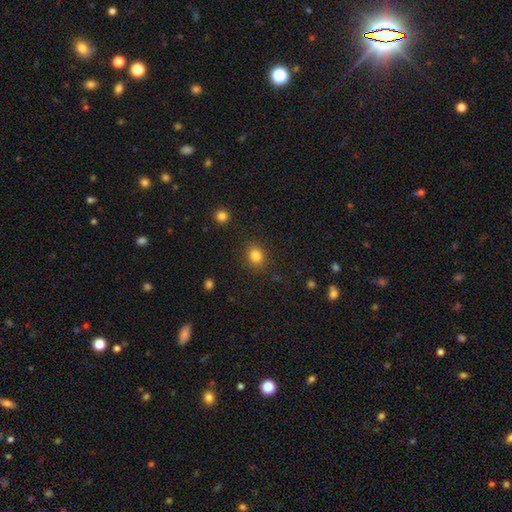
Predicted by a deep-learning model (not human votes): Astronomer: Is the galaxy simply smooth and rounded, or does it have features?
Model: smooth — 83%.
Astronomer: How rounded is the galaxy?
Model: round — 73%.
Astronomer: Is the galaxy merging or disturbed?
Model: none — 87%.